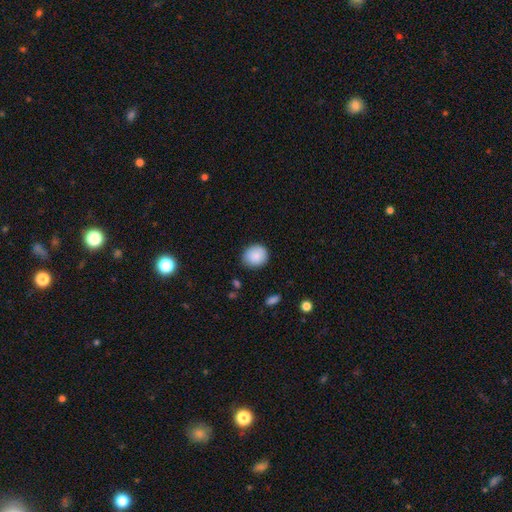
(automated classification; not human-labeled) A smooth galaxy with no disk features (88%) that is round (80%). Merging: none (85%).